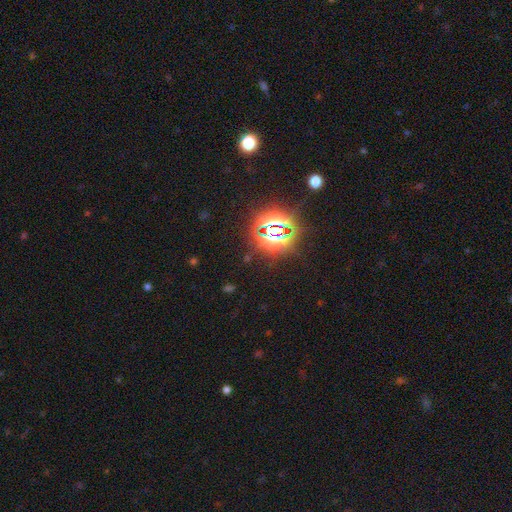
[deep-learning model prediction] Smooth or featured? star or artifact (83%)